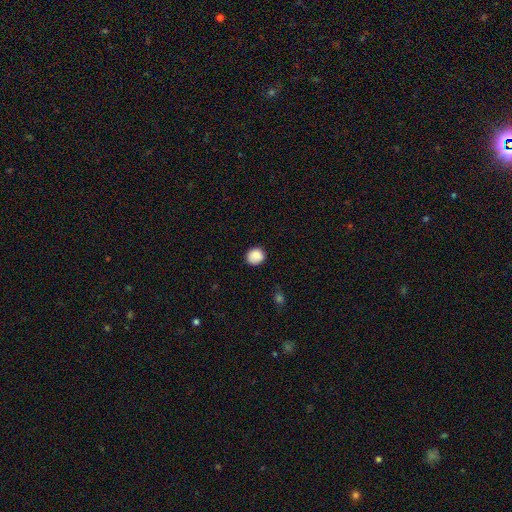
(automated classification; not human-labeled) Morphology: type=smooth (88%); roundness=round (84%); merging=none (86%).